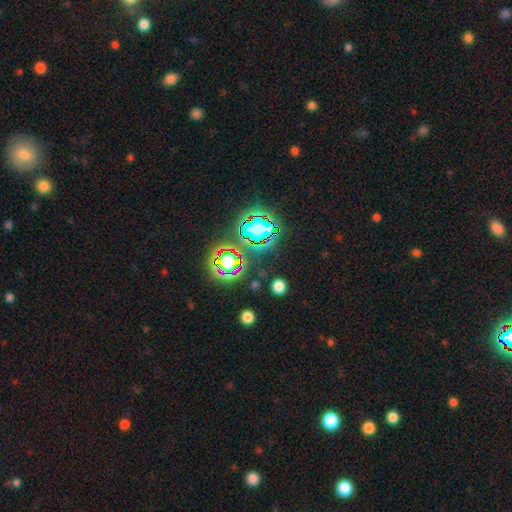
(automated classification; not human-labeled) star or artifact 79%, smooth 13%, featured or disk 9%.